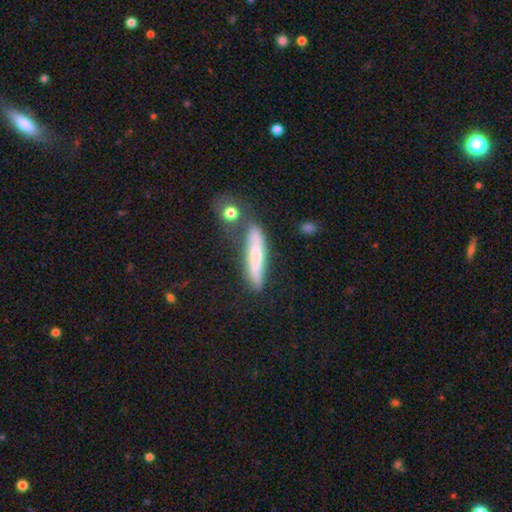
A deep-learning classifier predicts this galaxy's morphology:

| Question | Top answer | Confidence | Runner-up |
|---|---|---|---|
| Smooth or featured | smooth | 56% | featured or disk (36%) |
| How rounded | cigar-shaped | 86% | in between (12%) |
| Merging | none | 56% | minor disturbance (22%) |